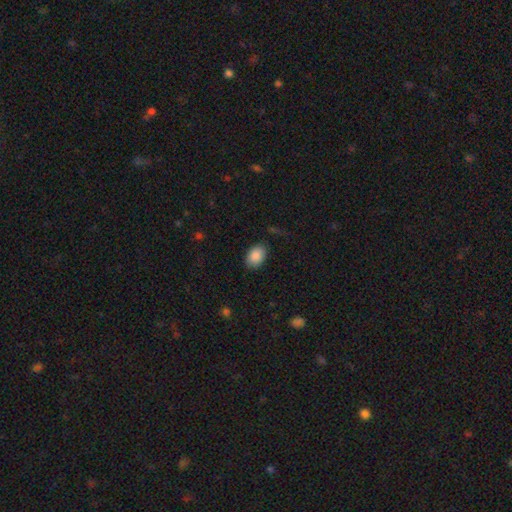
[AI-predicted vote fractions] Overall: smooth (89%). How rounded: in between (83%). Merging: none (84%).